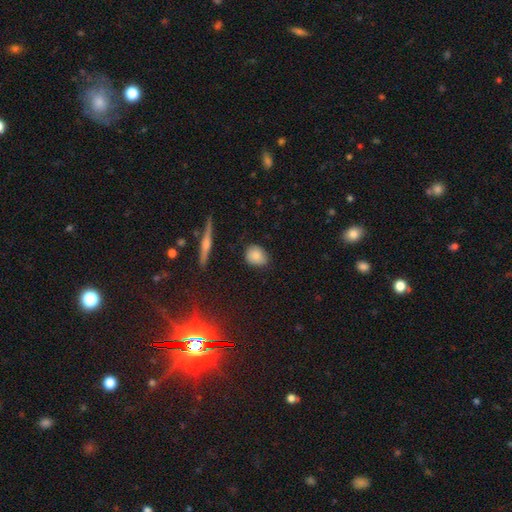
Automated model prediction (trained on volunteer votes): Smooth or featured? Predicted: smooth (p=0.83). How rounded? Predicted: round (p=0.50). Merging? Predicted: none (p=0.78).